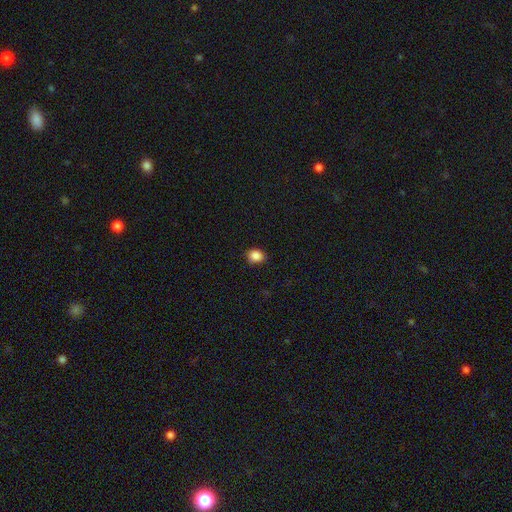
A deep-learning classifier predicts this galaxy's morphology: Overall: smooth (86%). How rounded: round (61%; in between 38%). Merging: none (86%).